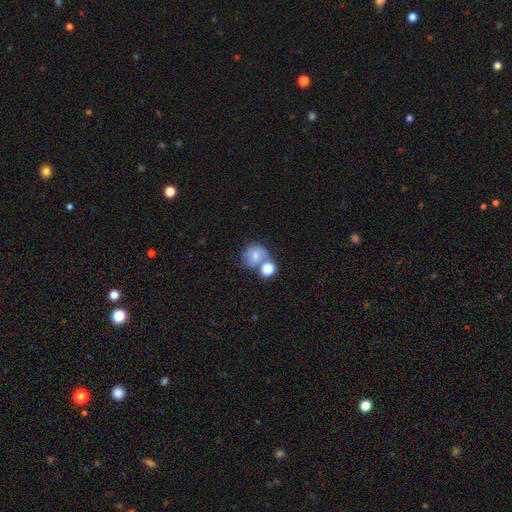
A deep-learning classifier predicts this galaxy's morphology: Overall: smooth (64%; featured or disk 25%). How rounded: round (76%). Merging: none (41%; merger 36%).